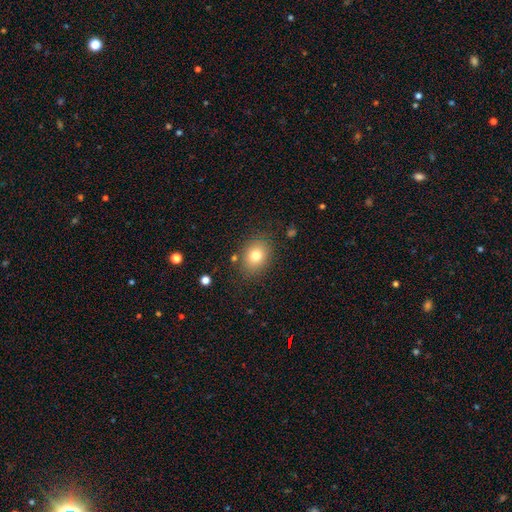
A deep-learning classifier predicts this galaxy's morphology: type=smooth (78%); roundness=in between (53%); merging=none (82%).